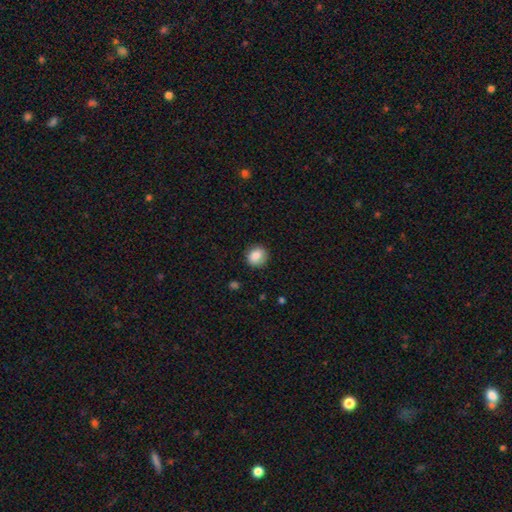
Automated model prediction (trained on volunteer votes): smooth_or_featured: smooth (p=0.85) [alt: star or artifact p=0.08]
how_rounded: round (p=0.82) [alt: in between p=0.17]
merging: none (p=0.85) [alt: minor disturbance p=0.11]